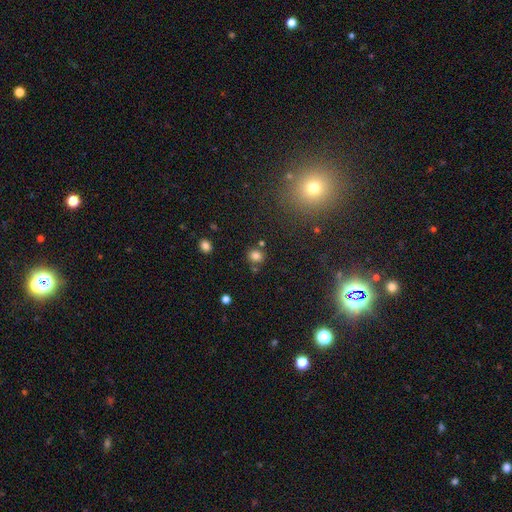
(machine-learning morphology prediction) This appears to be a smooth galaxy with no disk features (80%) that is round (80%). Merging: none (79%).